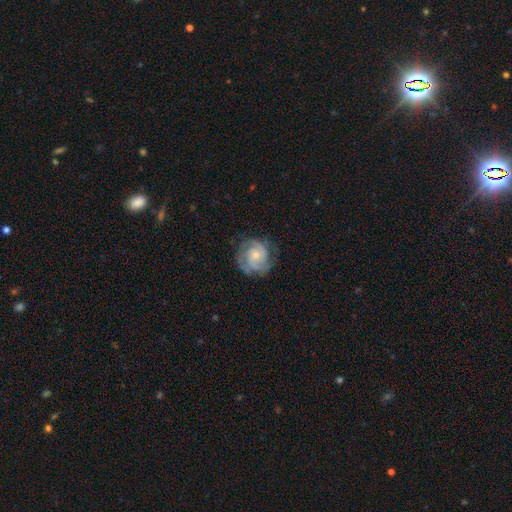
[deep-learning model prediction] Q: Smooth or featured?
A: featured or disk (80%); runner-up: smooth (15%)
Q: Edge-on disk?
A: no (98%); runner-up: yes (2%)
Q: Bar?
A: no (71%); runner-up: weak (25%)
Q: Spiral arms?
A: yes (95%); runner-up: no (5%)
Q: Spiral winding?
A: tight (55%); runner-up: medium (37%)
Q: Spiral arm count?
A: 2 (51%); runner-up: 3 (23%)
Q: Bulge size?
A: small (51%); runner-up: moderate (40%)
Q: Merging?
A: none (75%); runner-up: minor disturbance (17%)